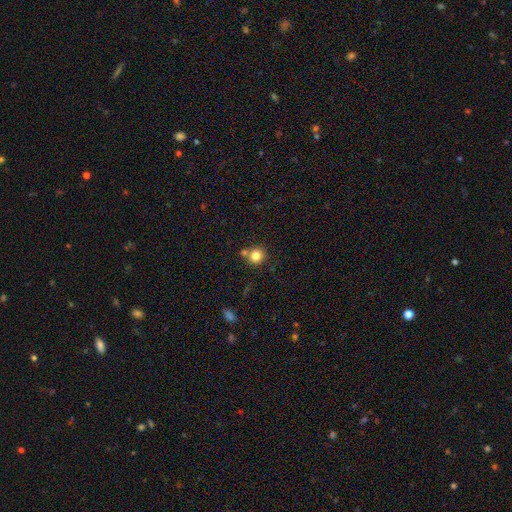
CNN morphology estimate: smooth-or-featured: smooth: 83% | star or artifact: 11% | featured or disk: 7%
  how-rounded: round: 90% | in between: 9% | cigar-shaped: 1%
  merging: none: 65% | merger: 23% | minor disturbance: 9% | major disturbance: 3%